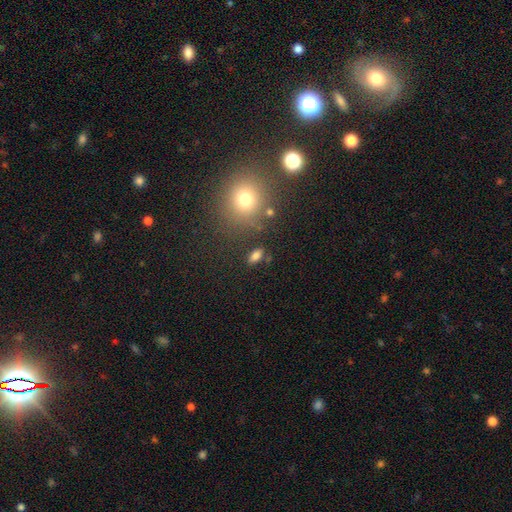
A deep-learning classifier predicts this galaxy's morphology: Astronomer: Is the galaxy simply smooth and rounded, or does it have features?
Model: smooth — 79%.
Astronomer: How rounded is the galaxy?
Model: in between — 83%.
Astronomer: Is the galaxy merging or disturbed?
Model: none — 83%.